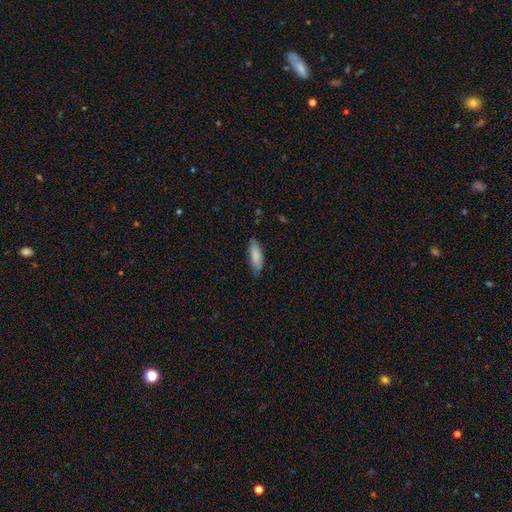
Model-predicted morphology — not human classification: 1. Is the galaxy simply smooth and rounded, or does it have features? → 84% smooth, 10% featured or disk, 6% star or artifact.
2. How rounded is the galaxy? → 58% in between, 40% cigar-shaped, 2% round.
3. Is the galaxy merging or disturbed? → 79% none, 18% minor disturbance, 3% major disturbance, 1% merger.